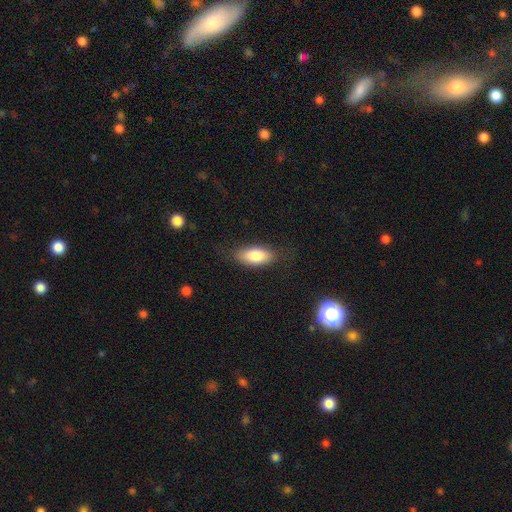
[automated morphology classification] smooth_or_featured: smooth (p=0.83) [alt: featured or disk p=0.10]
how_rounded: in between (p=0.87) [alt: cigar-shaped p=0.10]
merging: none (p=0.78) [alt: minor disturbance p=0.16]